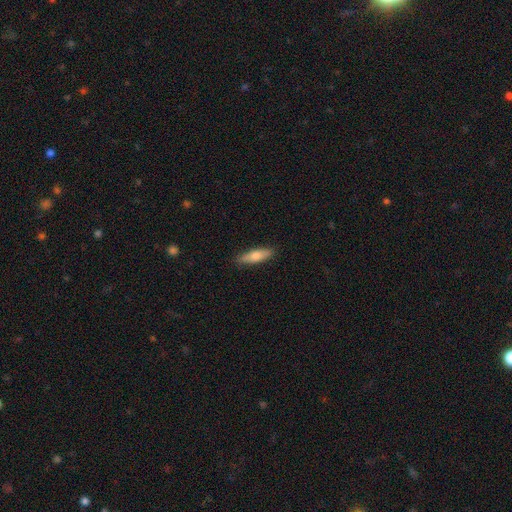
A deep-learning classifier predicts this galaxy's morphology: This is likely a smooth galaxy (68%). How rounded: likely cigar-shaped (60%). Merging: clearly none (89%).